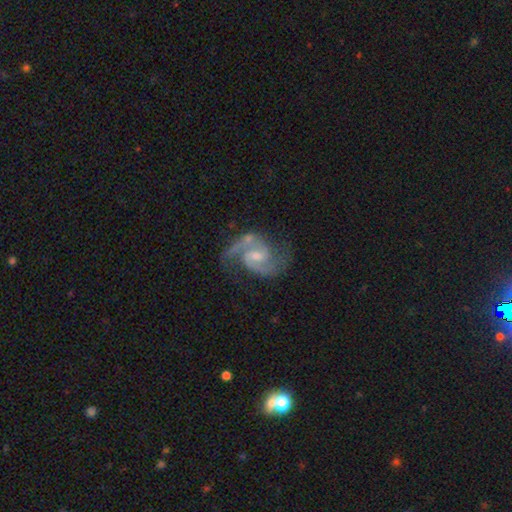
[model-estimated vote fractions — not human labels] This is clearly a featured or disk galaxy (91%). It is clearly not viewed edge-on (98%). Bar: possibly weak (57%). Spiral arm pattern: clearly yes (98%). Spiral arm count: clearly 2 (92%). Spiral winding: likely medium (62%). Central bulge: possibly small (46%). Merging: likely none (67%).